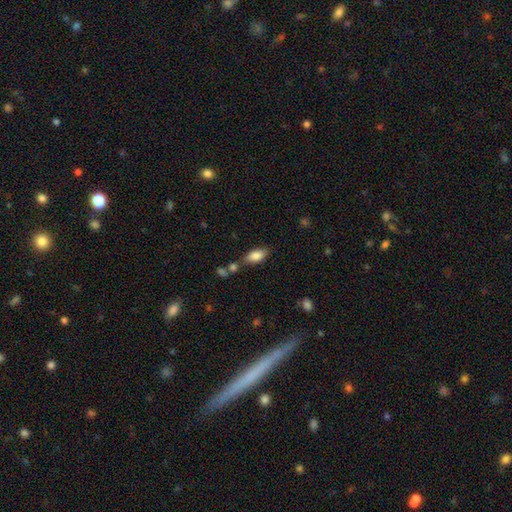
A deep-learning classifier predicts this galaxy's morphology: smooth_or_featured: smooth (p=0.85) [alt: star or artifact p=0.07]
how_rounded: in between (p=0.89) [alt: cigar-shaped p=0.08]
merging: none (p=0.64) [alt: minor disturbance p=0.17]